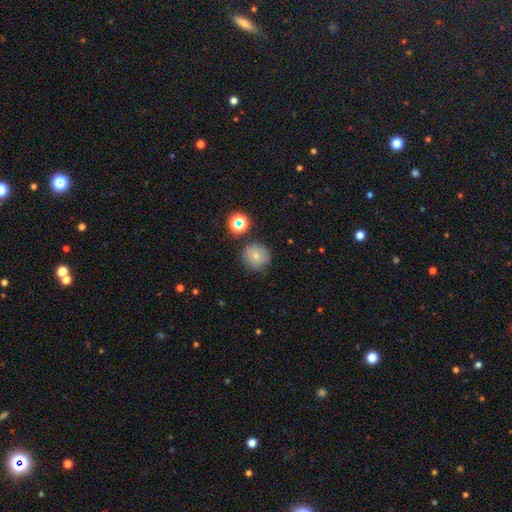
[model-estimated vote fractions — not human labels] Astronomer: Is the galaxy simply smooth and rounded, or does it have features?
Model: smooth — 69%.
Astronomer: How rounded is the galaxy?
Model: round — 93%.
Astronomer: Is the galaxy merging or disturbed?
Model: none — 77%.